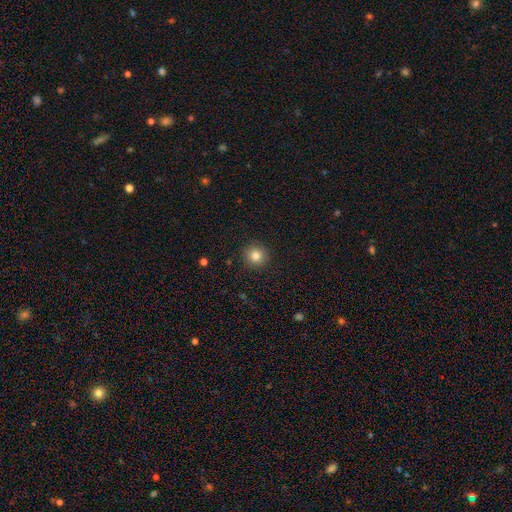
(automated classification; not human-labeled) This is clearly a smooth galaxy (82%). How rounded: clearly round (94%). Merging: clearly none (91%).